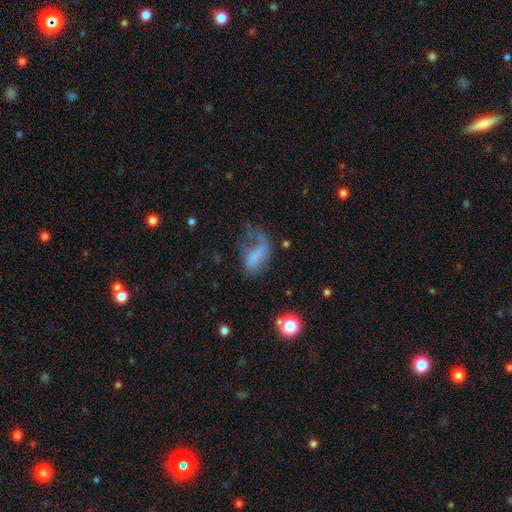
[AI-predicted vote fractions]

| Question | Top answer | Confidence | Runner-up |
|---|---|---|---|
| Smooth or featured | smooth | 53% | featured or disk (33%) |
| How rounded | in between | 85% | round (9%) |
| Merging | major disturbance | 55% | none (21%) |